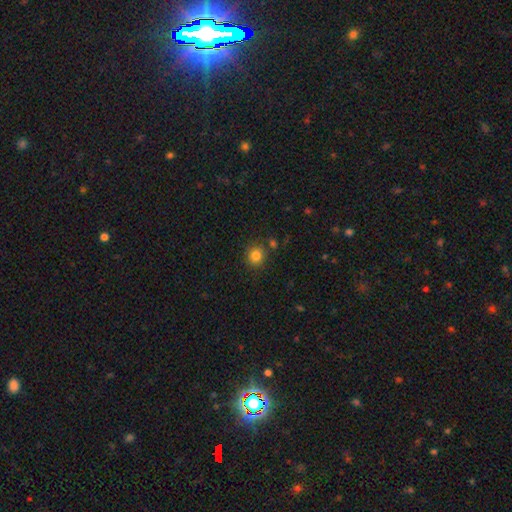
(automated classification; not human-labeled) Smooth or featured? smooth (83%)
How rounded? round (85%)
Merging? none (83%)